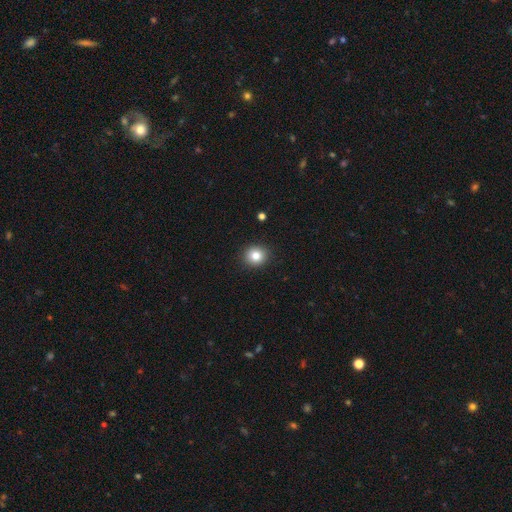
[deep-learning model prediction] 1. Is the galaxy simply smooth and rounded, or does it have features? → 82% smooth, 11% star or artifact, 7% featured or disk.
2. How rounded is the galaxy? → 86% round, 13% in between, 1% cigar-shaped.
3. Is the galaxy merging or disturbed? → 91% none, 6% minor disturbance, 2% major disturbance, 1% merger.